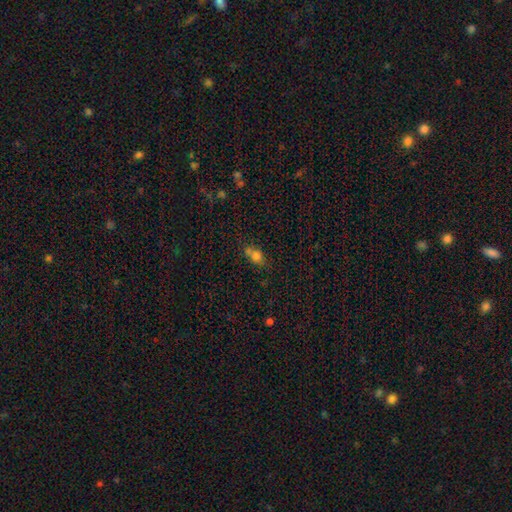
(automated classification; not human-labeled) A smooth galaxy with no disk features (75%) that is in between round and cigar-shaped (65%). Merging: none (47%).